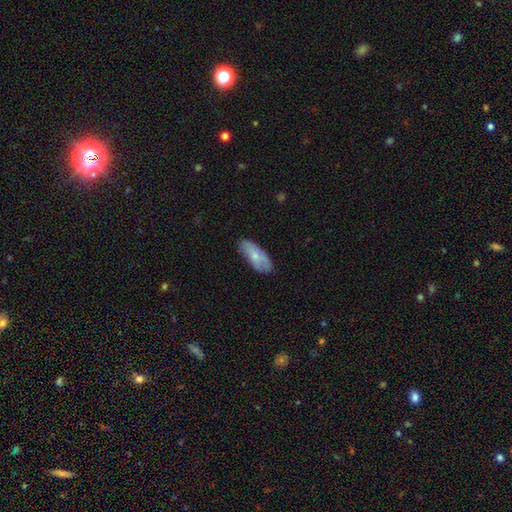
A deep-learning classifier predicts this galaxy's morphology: A smooth galaxy with no disk features (70%) that is in between round and cigar-shaped (82%).

Vote fractions:
- Smooth or featured? smooth: 70% / featured or disk: 24% / star or artifact: 6%
- How rounded? in between: 82% / cigar-shaped: 15% / round: 2%
- Merging? none: 69% / minor disturbance: 24% / major disturbance: 5% / merger: 2%